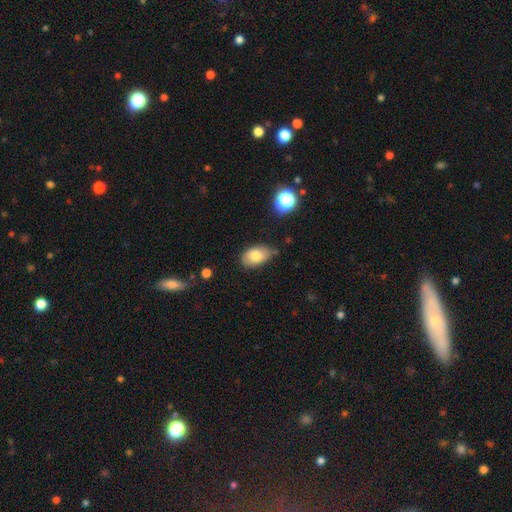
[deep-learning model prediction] smooth-or-featured: smooth: 79% | featured or disk: 13% | star or artifact: 8%
  how-rounded: in between: 91% | round: 8% | cigar-shaped: 1%
  merging: none: 69% | minor disturbance: 25% | major disturbance: 4% | merger: 3%